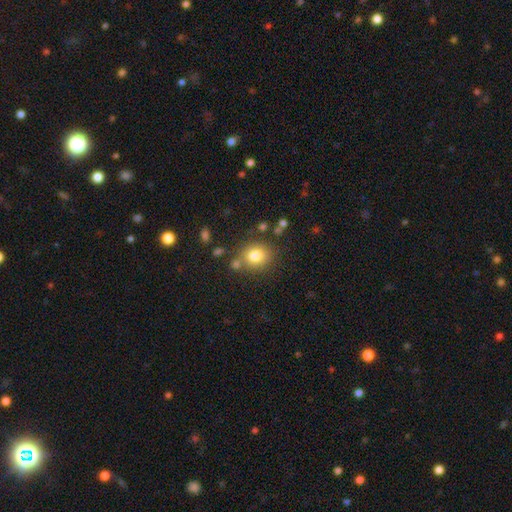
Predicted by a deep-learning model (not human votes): smooth_or_featured: smooth (p=0.80) [alt: star or artifact p=0.10]
how_rounded: round (p=0.66) [alt: in between p=0.33]
merging: none (p=0.72) [alt: minor disturbance p=0.13]